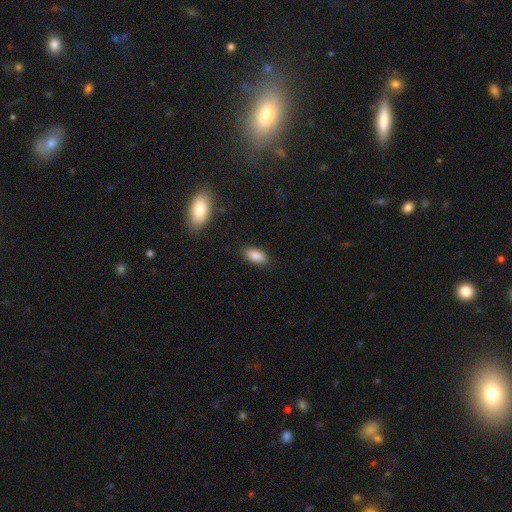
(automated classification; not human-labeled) Smooth or featured?
  - smooth: 87% *
  - star or artifact: 7%
  - featured or disk: 6%
How rounded?
  - in between: 92% *
  - cigar-shaped: 5%
  - round: 3%
Merging?
  - none: 87% *
  - minor disturbance: 10%
  - major disturbance: 2%
  - merger: 1%